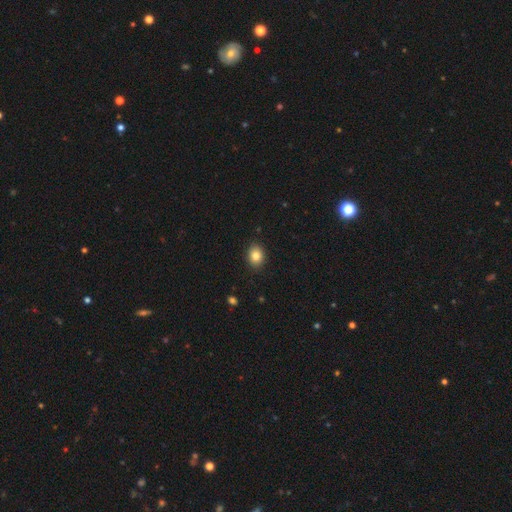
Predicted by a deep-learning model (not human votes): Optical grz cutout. It shows a smooth galaxy with no disk features (84%) that is in between round and cigar-shaped (52%). Merging: none (88%).